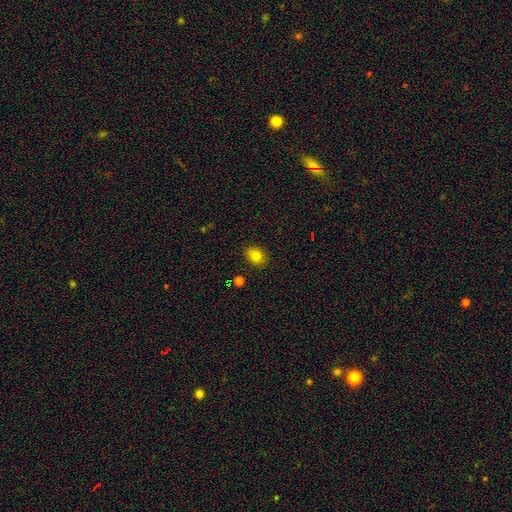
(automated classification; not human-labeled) The model was most divided on "how rounded": in between: 59%, round: 40%, cigar-shaped: 1%. More confident: merging — none (87%); smooth or featured — smooth (81%).